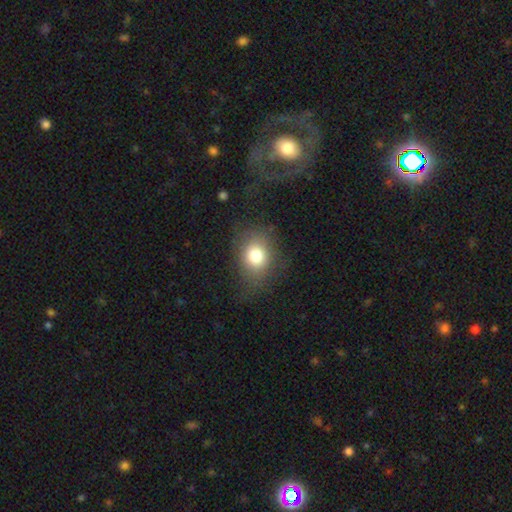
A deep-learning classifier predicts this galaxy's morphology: The model was most divided on "how rounded": in between: 51%, round: 48%, cigar-shaped: 1%. More confident: smooth or featured — smooth (77%); merging — none (71%).